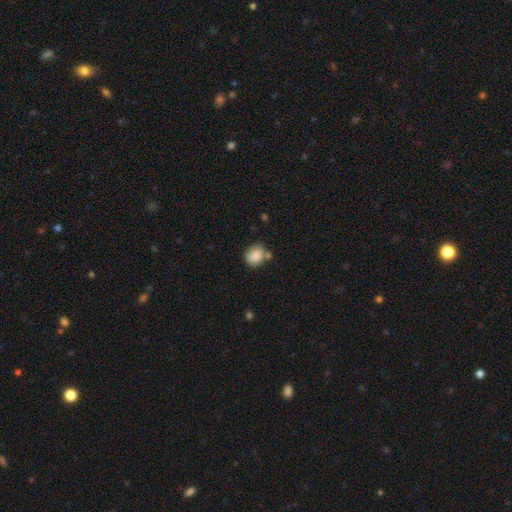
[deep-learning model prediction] Morphology: type=smooth (84%); roundness=round (66%); merging=none (59%).